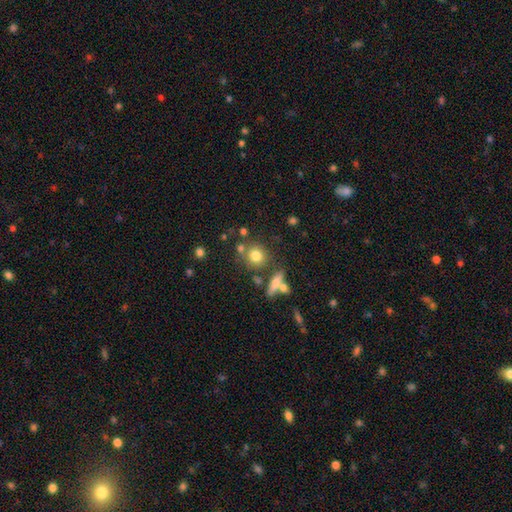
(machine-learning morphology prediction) Smooth or featured?
  - smooth: 77% *
  - star or artifact: 12%
  - featured or disk: 11%
How rounded?
  - round: 84% *
  - in between: 14%
  - cigar-shaped: 2%
Merging?
  - none: 69% *
  - merger: 15%
  - minor disturbance: 11%
  - major disturbance: 5%